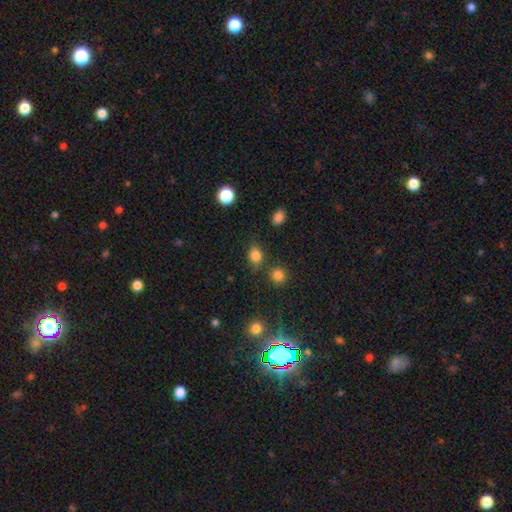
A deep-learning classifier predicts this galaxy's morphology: Smooth or featured: smooth — 82% (star or artifact — 13%)
How rounded: in between — 56% (round — 42%)
Merging: none — 72% (minor disturbance — 15%)